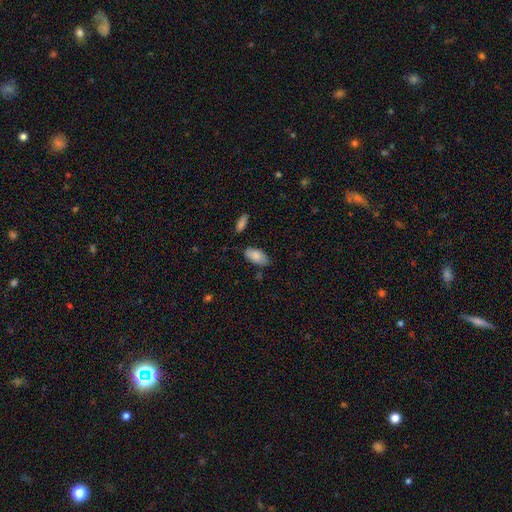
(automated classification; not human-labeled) This appears to be a smooth galaxy with no disk features (83%) that is in between round and cigar-shaped (94%). Merging: none (75%).